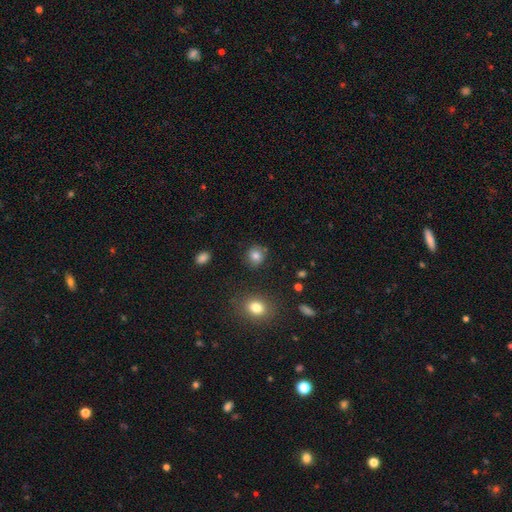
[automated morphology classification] type=smooth (82%); roundness=round (84%); merging=none (85%).